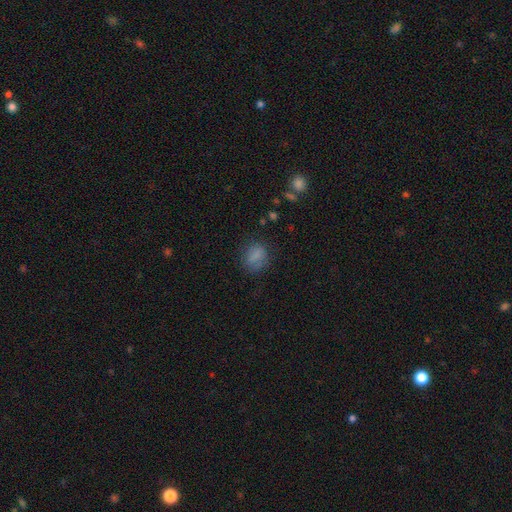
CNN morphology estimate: This is likely a smooth galaxy (78%). How rounded: possibly in between (51%). Merging: likely none (68%).